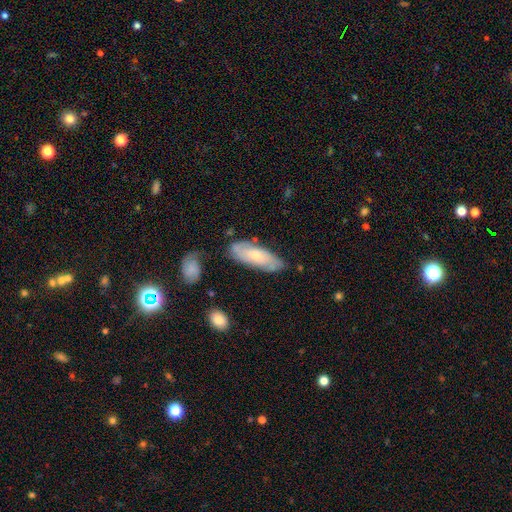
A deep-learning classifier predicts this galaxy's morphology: type=smooth (49%); merging=none (70%).